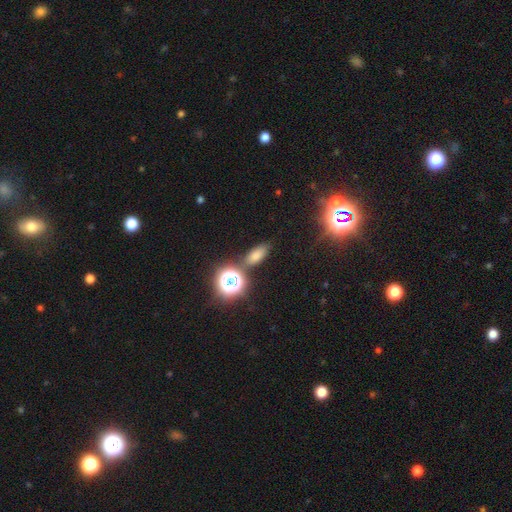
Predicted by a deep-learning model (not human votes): smooth 66%, star or artifact 25%, featured or disk 9%. Down the decision tree: how rounded — in between (73%); merging — none (75%).